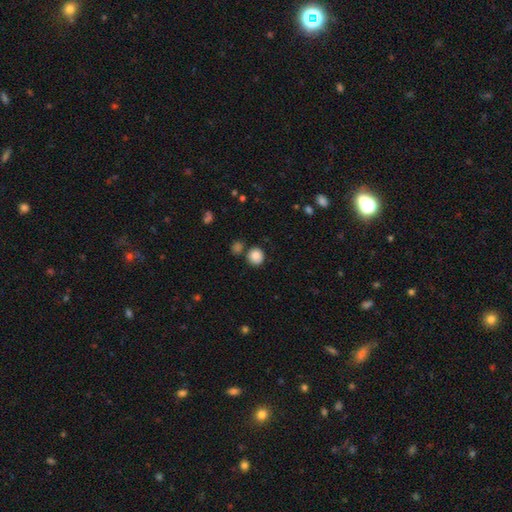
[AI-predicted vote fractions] Smooth or featured? smooth (86%)
How rounded? round (89%)
Merging? none (79%)